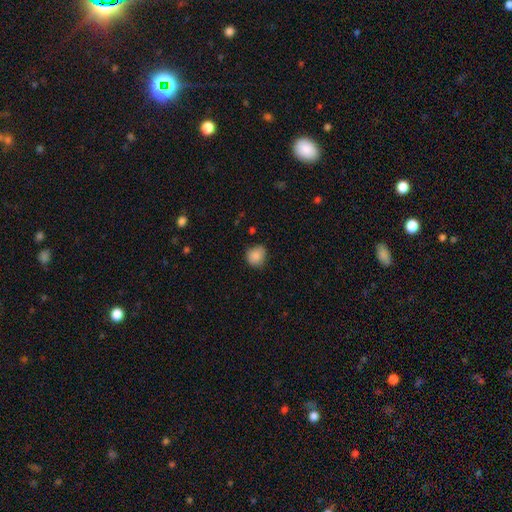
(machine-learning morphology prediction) Overall: smooth (87%). How rounded: round (79%). Merging: none (75%).